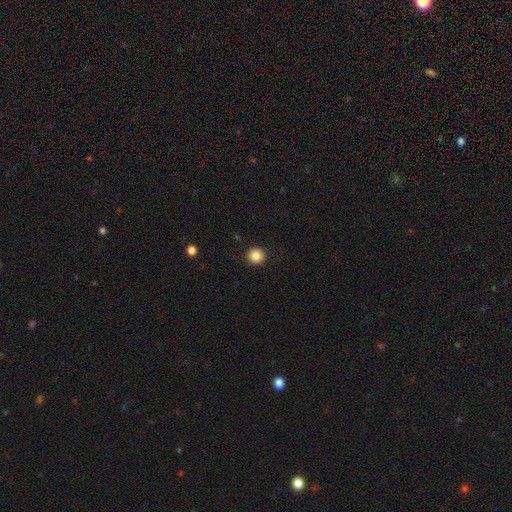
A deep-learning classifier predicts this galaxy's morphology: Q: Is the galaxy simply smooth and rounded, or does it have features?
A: smooth — 87%.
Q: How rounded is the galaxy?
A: round — 95%.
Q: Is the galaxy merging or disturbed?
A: none — 93%.